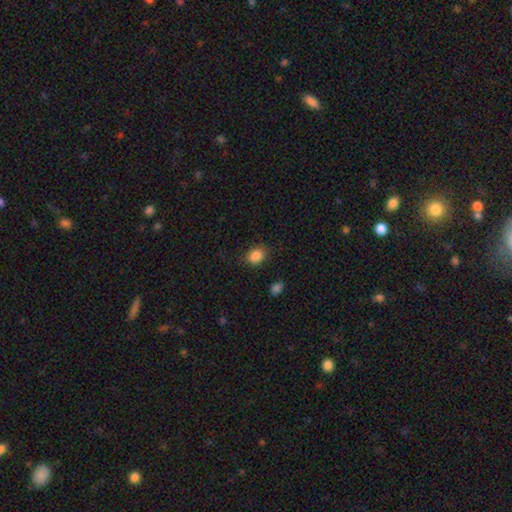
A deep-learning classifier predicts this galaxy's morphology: Smooth or featured?
  - smooth: 86% *
  - star or artifact: 10%
  - featured or disk: 4%
How rounded?
  - in between: 57% *
  - round: 42%
  - cigar-shaped: 1%
Merging?
  - none: 82% *
  - minor disturbance: 13%
  - major disturbance: 4%
  - merger: 2%